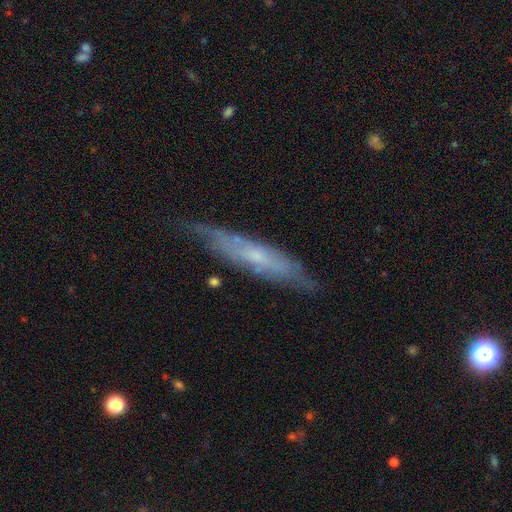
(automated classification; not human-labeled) The model was most divided on "edge-on disk": yes: 62%, no: 38%. More confident: merging — none (65%); smooth or featured — featured or disk (61%).